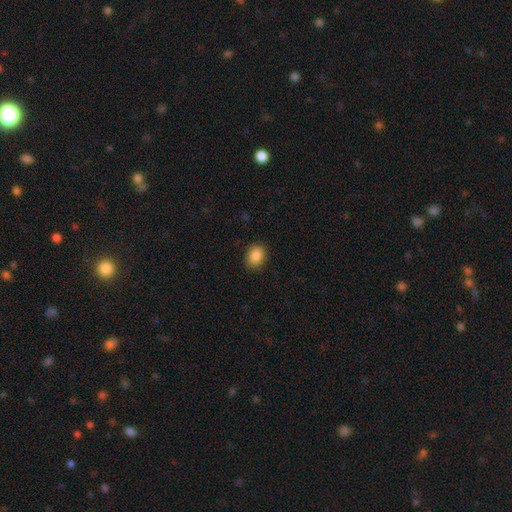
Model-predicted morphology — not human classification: smooth-or-featured: smooth: 87% | star or artifact: 9% | featured or disk: 4%
  how-rounded: in between: 63% | round: 36% | cigar-shaped: 1%
  merging: none: 89% | minor disturbance: 8% | major disturbance: 2% | merger: 1%